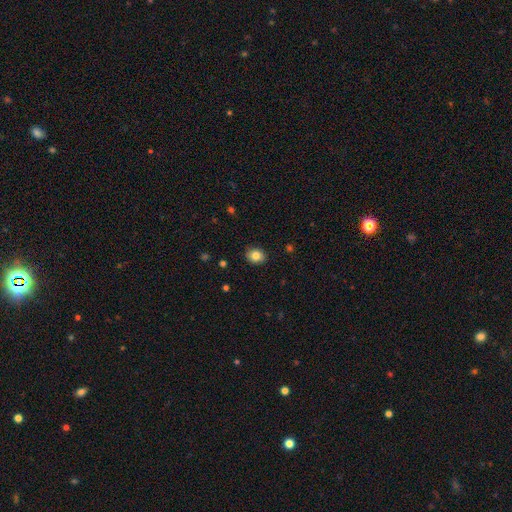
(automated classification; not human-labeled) smooth_or_featured: smooth (p=0.83) [alt: star or artifact p=0.10]
how_rounded: round (p=0.59) [alt: in between p=0.41]
merging: none (p=0.89) [alt: minor disturbance p=0.08]